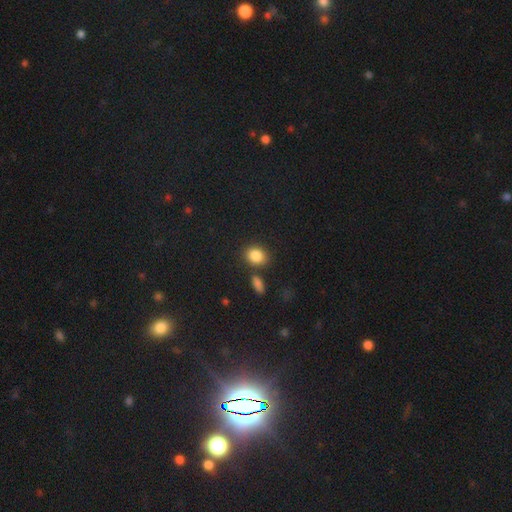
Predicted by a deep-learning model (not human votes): Q: Smooth or featured?
A: smooth (86%); runner-up: star or artifact (9%)
Q: How rounded?
A: round (53%); runner-up: in between (45%)
Q: Merging?
A: none (75%); runner-up: minor disturbance (11%)